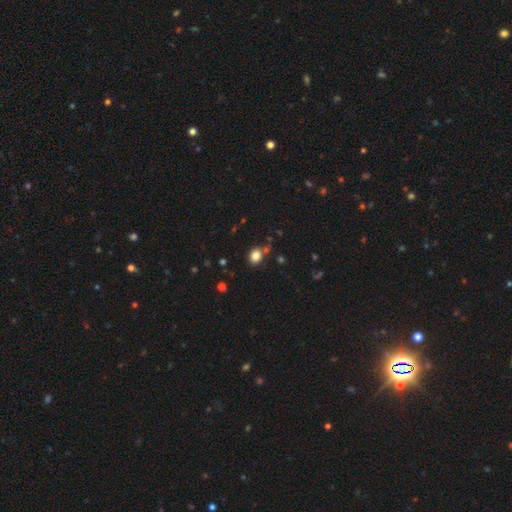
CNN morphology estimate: smooth_or_featured: smooth (p=0.83) [alt: star or artifact p=0.12]
how_rounded: round (p=0.55) [alt: in between p=0.44]
merging: none (p=0.77) [alt: minor disturbance p=0.12]